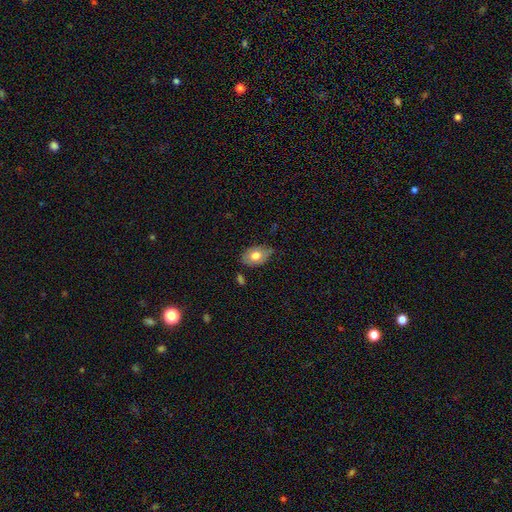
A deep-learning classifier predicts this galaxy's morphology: Overall: smooth (72%). How rounded: in between (84%). Merging: none (60%; minor disturbance 31%).